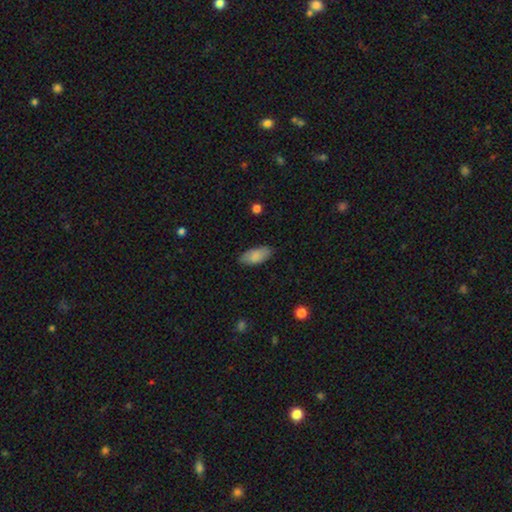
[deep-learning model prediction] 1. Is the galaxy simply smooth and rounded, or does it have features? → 85% smooth, 9% featured or disk, 6% star or artifact.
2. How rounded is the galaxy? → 90% in between, 8% cigar-shaped, 2% round.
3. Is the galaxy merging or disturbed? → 80% none, 16% minor disturbance, 3% major disturbance, 1% merger.